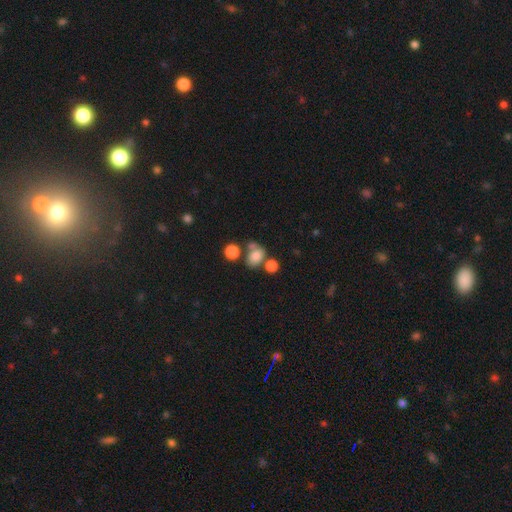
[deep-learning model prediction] A smooth galaxy with no disk features (78%) that is in between round and cigar-shaped (53%). Merging: none (46%).